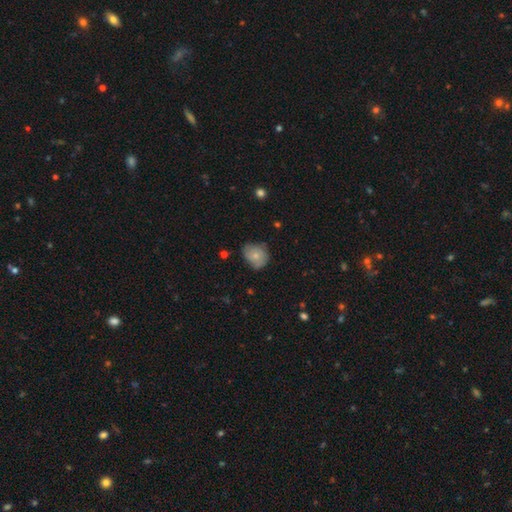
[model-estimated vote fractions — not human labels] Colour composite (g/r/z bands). It shows a smooth galaxy with no disk features (67%) that is round (62%). Merging: none (55%).